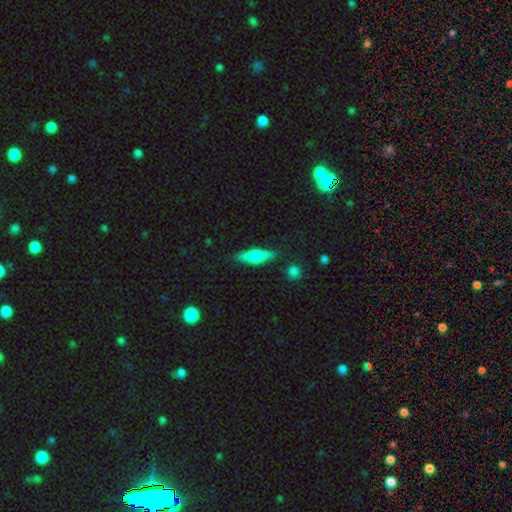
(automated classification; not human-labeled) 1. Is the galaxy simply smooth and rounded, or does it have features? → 49% smooth, 45% featured or disk, 6% star or artifact.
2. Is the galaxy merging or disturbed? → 84% none, 11% minor disturbance, 2% major disturbance, 2% merger.